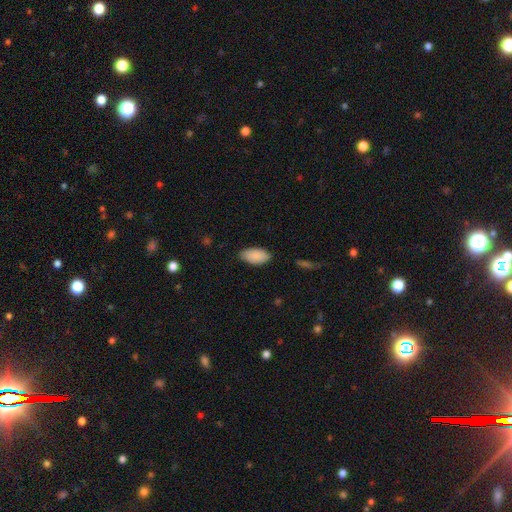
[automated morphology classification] Smooth or featured? smooth (89%)
How rounded? in between (95%)
Merging? none (80%)